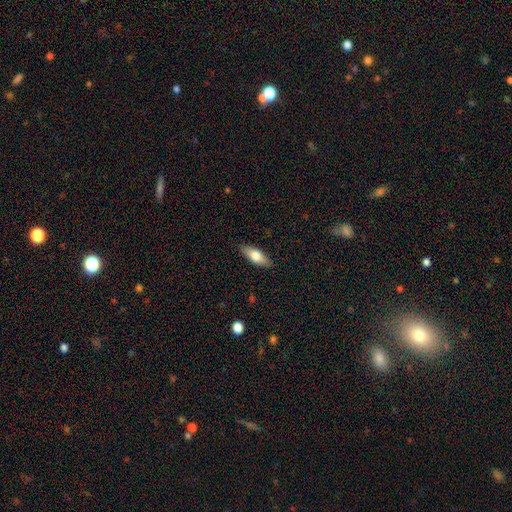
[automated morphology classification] type=smooth (65%); roundness=in between (65%); merging=none (88%).